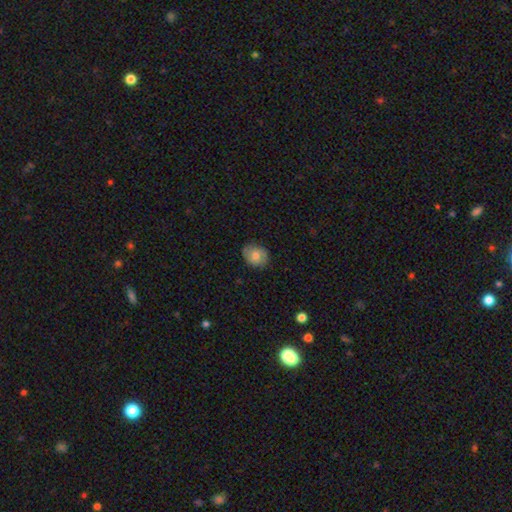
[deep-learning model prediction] Smooth or featured? Predicted: smooth (p=0.68). How rounded? Predicted: in between (p=0.53). Merging? Predicted: none (p=0.80).